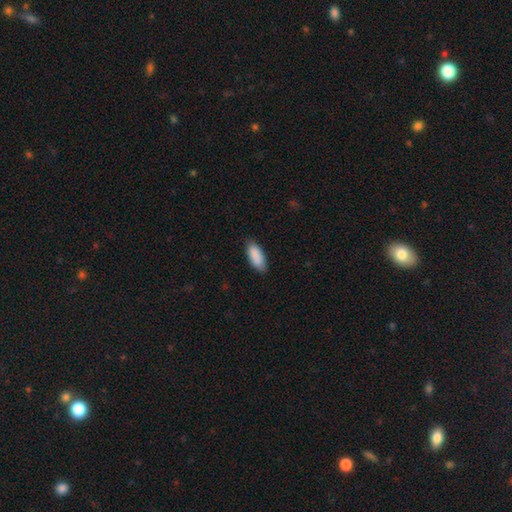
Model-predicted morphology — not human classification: A smooth galaxy with no disk features (90%) that is in between round and cigar-shaped (81%). Merging: none (81%).